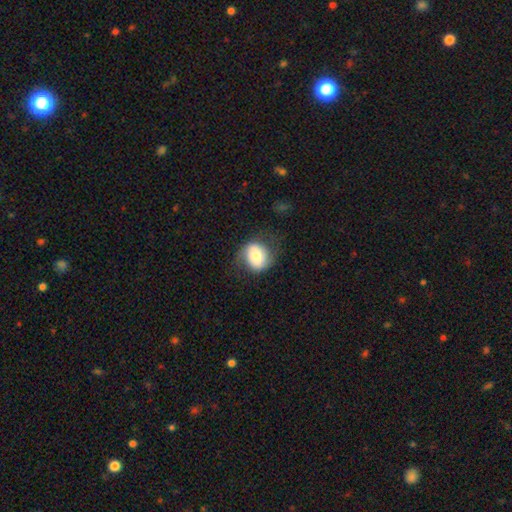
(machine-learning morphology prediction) Smooth or featured? Predicted: smooth (p=0.61). How rounded? Predicted: round (p=0.61). Merging? Predicted: none (p=0.62).